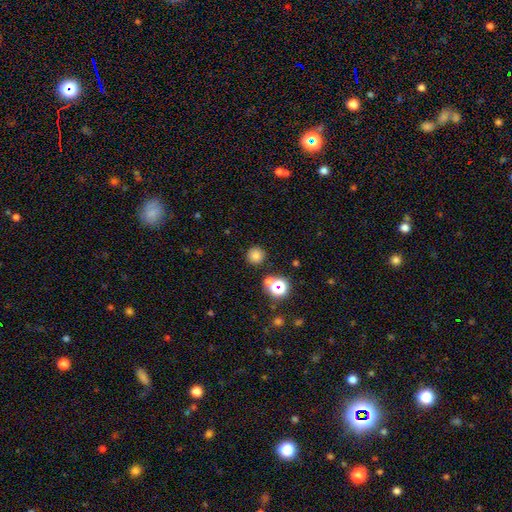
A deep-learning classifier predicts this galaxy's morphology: A smooth galaxy with no disk features (76%) that is round (94%).

Vote fractions:
- Smooth or featured? smooth: 76% / star or artifact: 17% / featured or disk: 7%
- How rounded? round: 94% / in between: 5% / cigar-shaped: 1%
- Merging? none: 85% / minor disturbance: 7% / merger: 5% / major disturbance: 3%